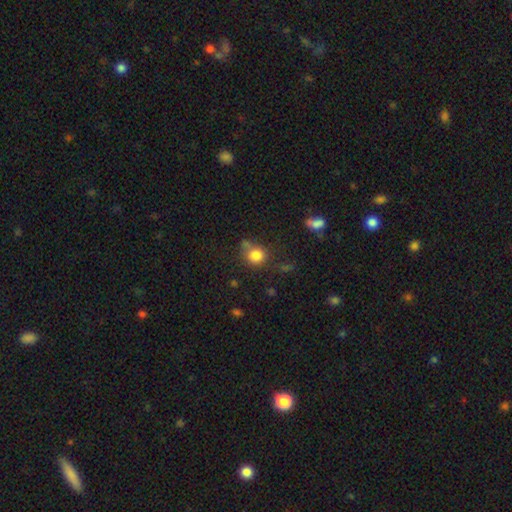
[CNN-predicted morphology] Overall: smooth (82%). How rounded: round (81%). Merging: none (60%).